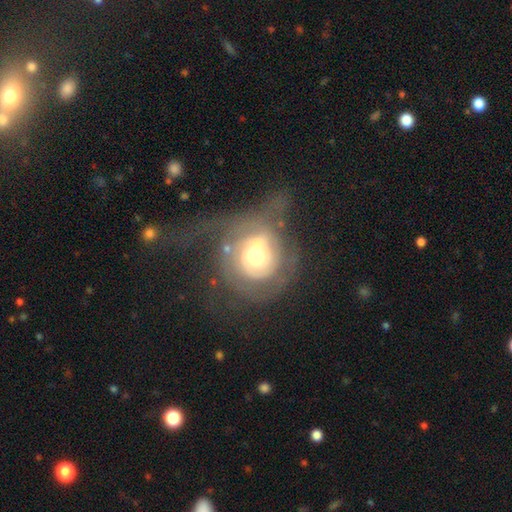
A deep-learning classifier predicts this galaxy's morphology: Smooth or featured? featured or disk (69%)
Edge-on disk? no (97%)
Bar? no (77%)
Spiral arms? yes (74%)
Bulge size? moderate (52%)
Merging? none (47%)